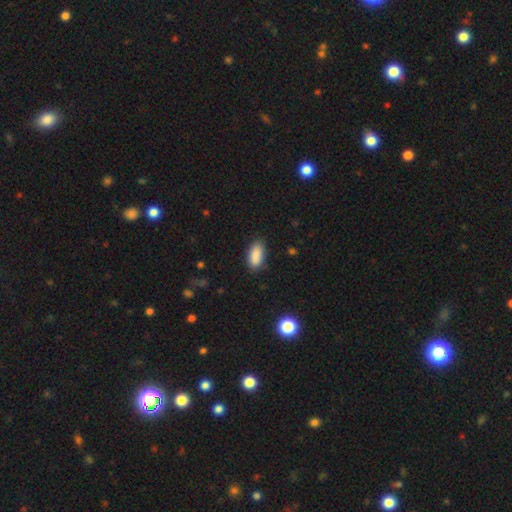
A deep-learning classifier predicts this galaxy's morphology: smooth_or_featured: smooth (p=0.89) [alt: star or artifact p=0.07]
how_rounded: in between (p=0.89) [alt: cigar-shaped p=0.08]
merging: none (p=0.85) [alt: minor disturbance p=0.11]